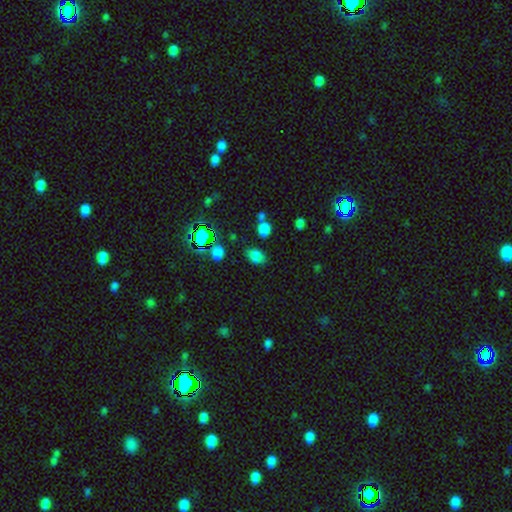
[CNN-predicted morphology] type=smooth (72%); roundness=in between (79%); merging=none (74%).